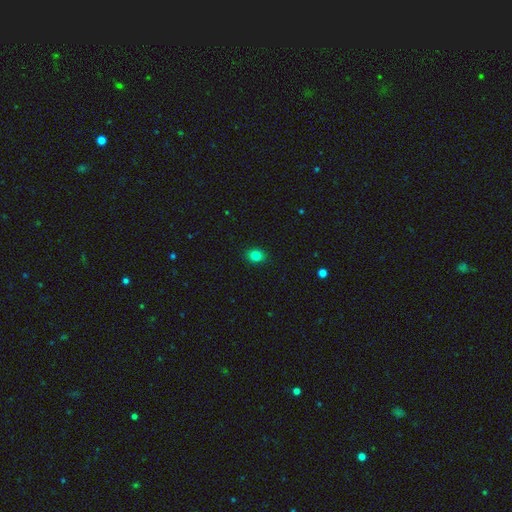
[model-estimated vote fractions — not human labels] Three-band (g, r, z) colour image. It shows a smooth galaxy with no disk features (82%) that is round (60%). Merging: none (90%).